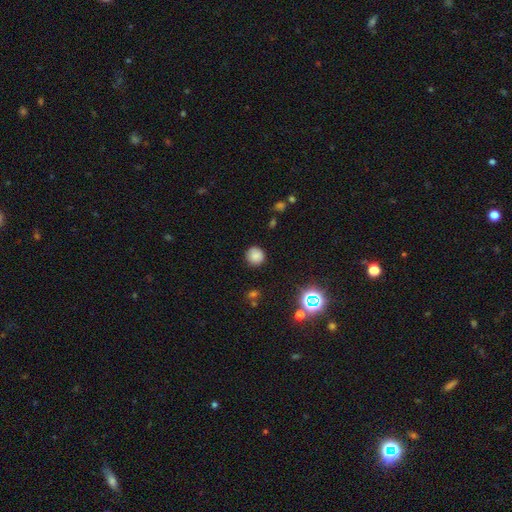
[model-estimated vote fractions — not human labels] Smooth or featured?
  - smooth: 81% *
  - star or artifact: 13%
  - featured or disk: 5%
How rounded?
  - round: 94% *
  - in between: 5%
  - cigar-shaped: 1%
Merging?
  - none: 89% *
  - minor disturbance: 7%
  - major disturbance: 2%
  - merger: 1%